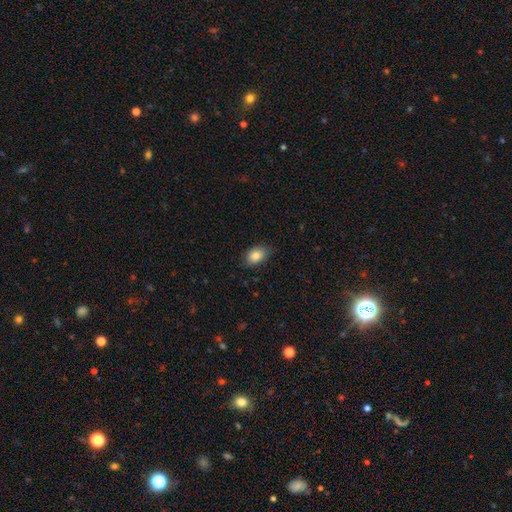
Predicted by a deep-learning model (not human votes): smooth 85%, star or artifact 8%, featured or disk 7%. Down the decision tree: how rounded — in between (82%); merging — none (82%).